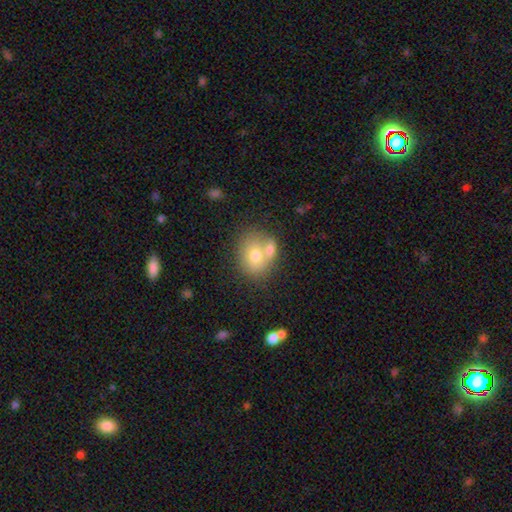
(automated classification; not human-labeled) smooth_or_featured: smooth (p=0.68) [alt: featured or disk p=0.21]
how_rounded: round (p=0.60) [alt: in between p=0.39]
merging: none (p=0.45) [alt: merger p=0.39]